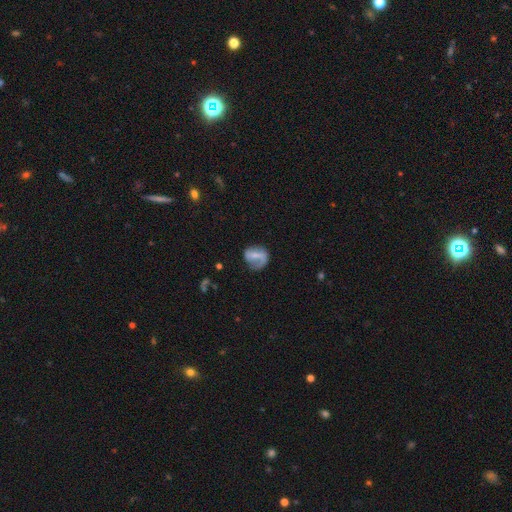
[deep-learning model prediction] Overall: featured or disk (51%; smooth 41%). Edge-on disk: no (96%). Merging: none (53%; minor disturbance 25%).